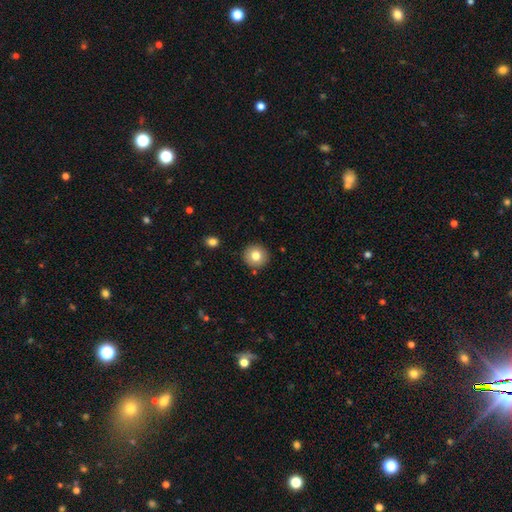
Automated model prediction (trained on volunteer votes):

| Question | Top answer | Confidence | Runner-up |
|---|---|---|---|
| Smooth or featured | smooth | 79% | featured or disk (11%) |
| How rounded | round | 93% | in between (6%) |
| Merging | none | 90% | minor disturbance (7%) |